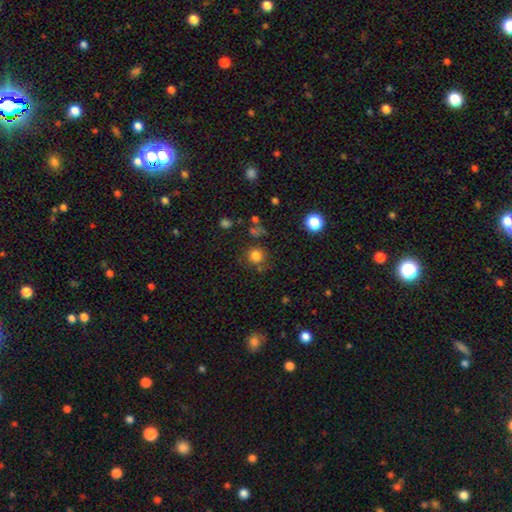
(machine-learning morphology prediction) A smooth galaxy with no disk features (79%) that is round (91%).

Vote fractions:
- Smooth or featured? smooth: 79% / star or artifact: 15% / featured or disk: 6%
- How rounded? round: 91% / in between: 8% / cigar-shaped: 1%
- Merging? none: 76% / minor disturbance: 12% / merger: 6% / major disturbance: 5%